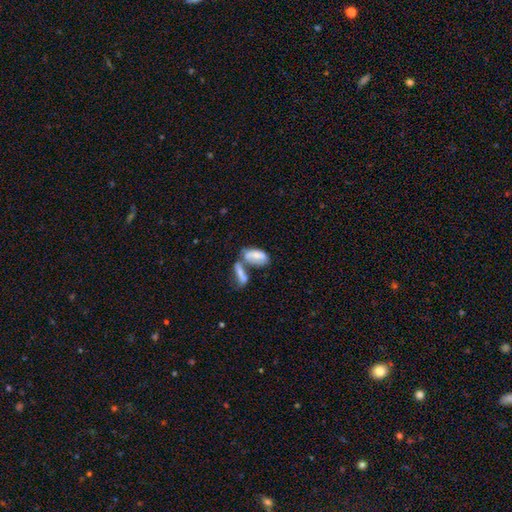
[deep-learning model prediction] The model was most divided on "smooth or featured": smooth: 64%, featured or disk: 28%, star or artifact: 8%. More confident: how rounded — in between (88%); merging — merger (60%).